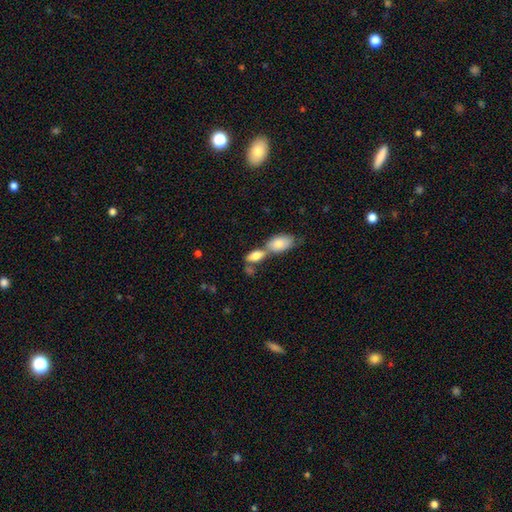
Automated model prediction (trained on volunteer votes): This appears to be a smooth galaxy with no disk features (77%) that is in between round and cigar-shaped (86%). Merging: merger (59%).